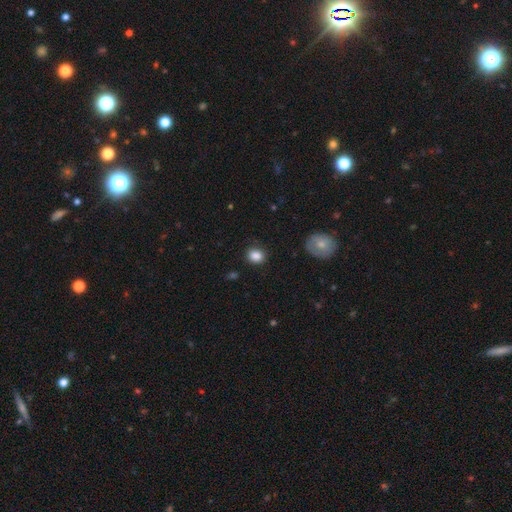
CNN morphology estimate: type=smooth (86%); roundness=round (57%); merging=none (83%).